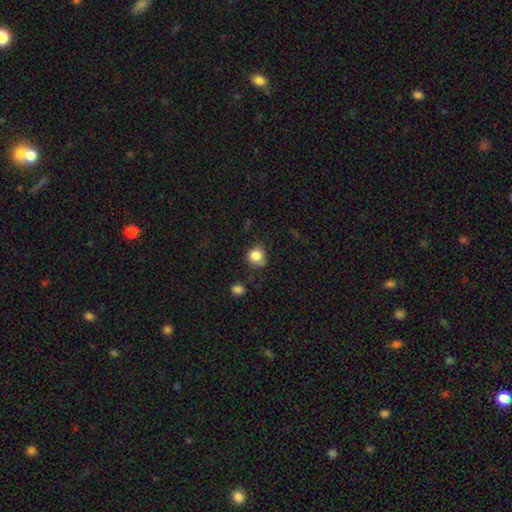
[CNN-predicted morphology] Smooth or featured? Predicted: smooth (p=0.84). How rounded? Predicted: round (p=0.85). Merging? Predicted: none (p=0.68).